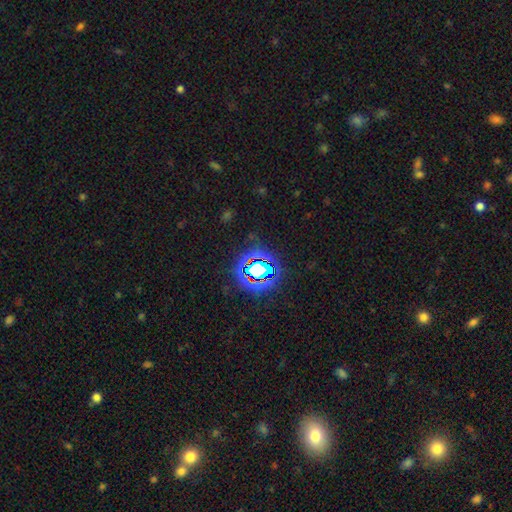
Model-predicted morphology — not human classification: Overall: star or artifact (79%).